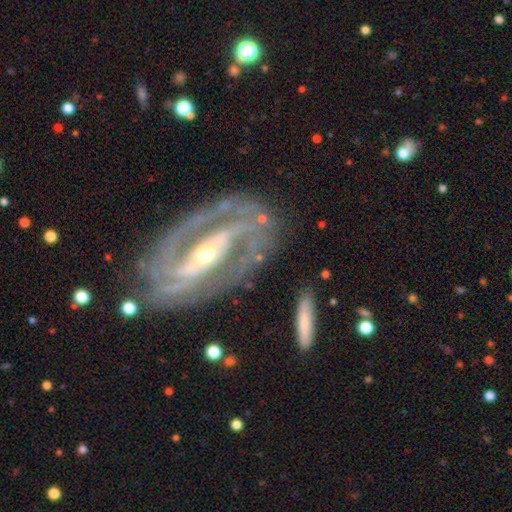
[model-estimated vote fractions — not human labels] Smooth or featured: featured or disk — 90% (star or artifact — 5%)
Edge-on disk: no — 94% (yes — 6%)
Bar: strong — 54% (weak — 25%)
Spiral arms: yes — 95% (no — 5%)
Spiral winding: tight — 53% (medium — 37%)
Spiral arm count: 2 — 68% (can't tell — 12%)
Bulge size: small — 55% (moderate — 40%)
Merging: none — 74% (minor disturbance — 16%)